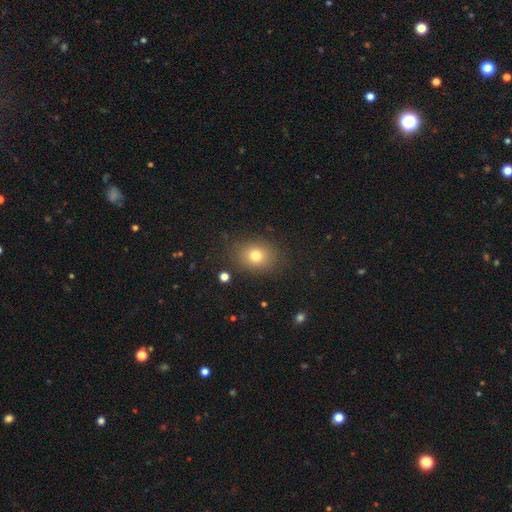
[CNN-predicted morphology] Smooth or featured? smooth (77%)
How rounded? round (52%)
Merging? none (84%)